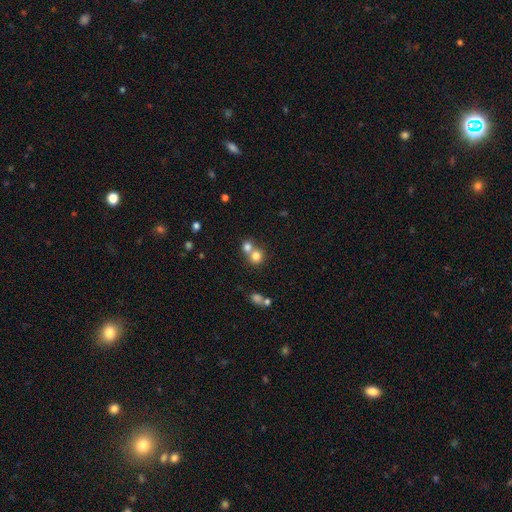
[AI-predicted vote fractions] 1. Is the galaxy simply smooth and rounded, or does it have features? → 77% smooth, 12% star or artifact, 11% featured or disk.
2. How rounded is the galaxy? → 83% round, 16% in between, 1% cigar-shaped.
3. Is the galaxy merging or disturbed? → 51% merger, 41% none, 5% minor disturbance, 3% major disturbance.